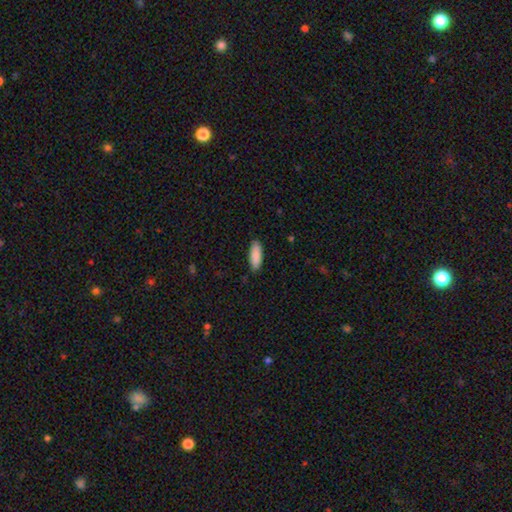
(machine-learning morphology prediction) smooth_or_featured: smooth (p=0.89) [alt: star or artifact p=0.06]
how_rounded: in between (p=0.67) [alt: cigar-shaped p=0.32]
merging: none (p=0.87) [alt: minor disturbance p=0.11]